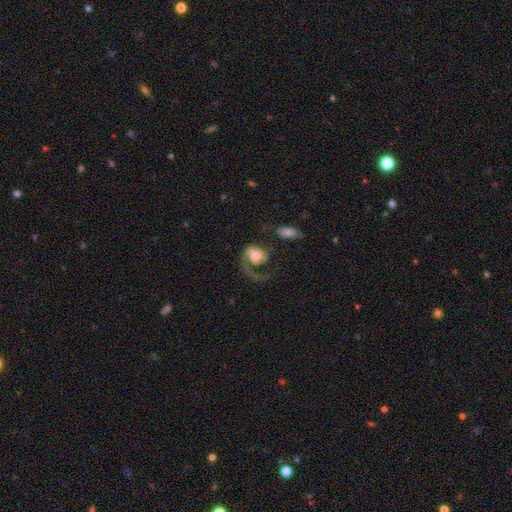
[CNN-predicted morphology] A featured or disk galaxy (65%) with no bar (71%), 1 (85%) loose (51%) spiral arms (86%) and a moderate central bulge (38%).

Vote fractions:
- Smooth or featured? featured or disk: 65% / smooth: 28% / star or artifact: 7%
- Edge-on disk? no: 97% / yes: 3%
- Bar? no: 71% / weak: 24% / strong: 5%
- Spiral arms? yes: 86% / no: 14%
- Spiral winding? loose: 51% / medium: 33% / tight: 16%
- Spiral arm count? 1: 85% / 2: 8% / can't tell: 4% / 3: 1% / 4: 1% / more than 4: 1%
- Bulge size? moderate: 38% / large: 34% / small: 13% / none: 7% / dominant: 7%
- Merging? major disturbance: 52% / none: 28% / minor disturbance: 12% / merger: 7%